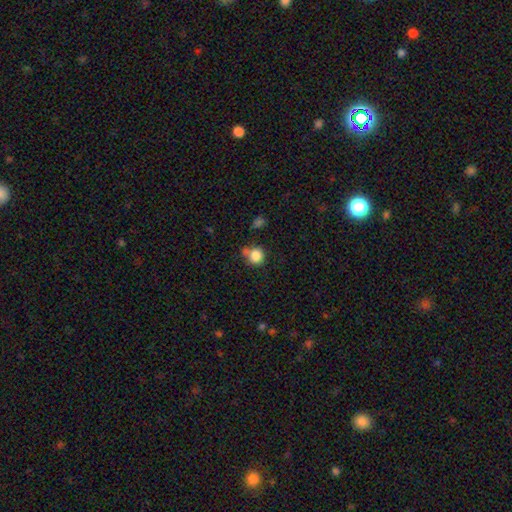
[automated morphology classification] smooth-or-featured: smooth: 84% | star or artifact: 10% | featured or disk: 6%
  how-rounded: round: 87% | in between: 13% | cigar-shaped: 1%
  merging: none: 60% | minor disturbance: 21% | merger: 13% | major disturbance: 7%